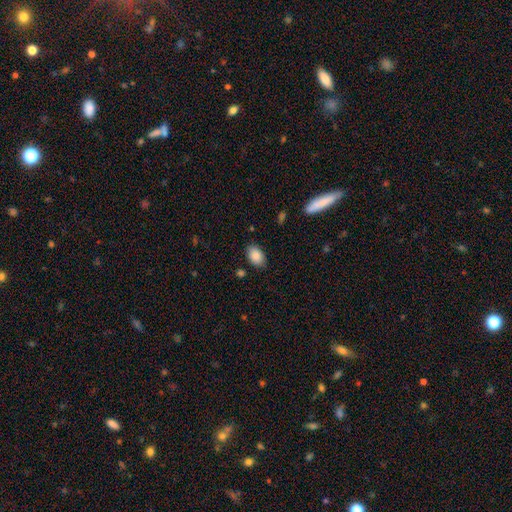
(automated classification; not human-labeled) A smooth galaxy with no disk features (87%) that is in between round and cigar-shaped (87%). Merging: none (84%).